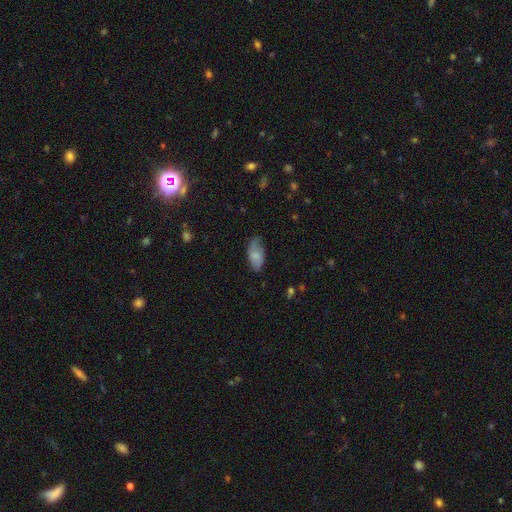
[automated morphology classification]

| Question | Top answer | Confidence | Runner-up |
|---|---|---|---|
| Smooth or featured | smooth | 77% | featured or disk (16%) |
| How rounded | in between | 92% | cigar-shaped (5%) |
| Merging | none | 67% | minor disturbance (26%) |